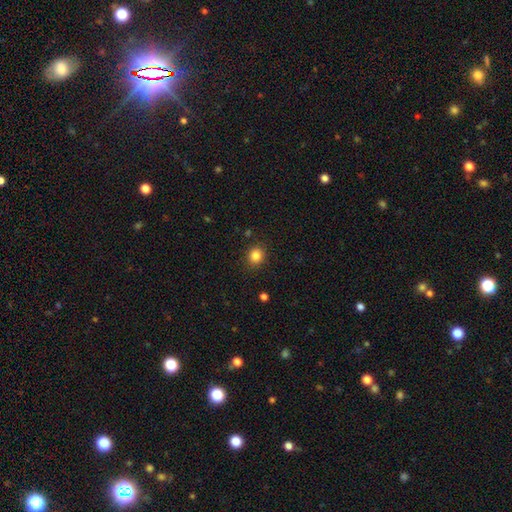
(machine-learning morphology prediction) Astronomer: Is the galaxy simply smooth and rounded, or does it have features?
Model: smooth — 84%.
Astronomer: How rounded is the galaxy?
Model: round — 79%.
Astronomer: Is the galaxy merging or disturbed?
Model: none — 89%.